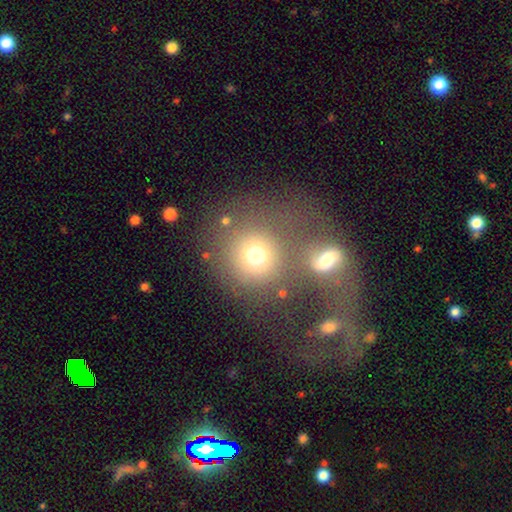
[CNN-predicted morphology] smooth_or_featured: smooth (p=0.73) [alt: star or artifact p=0.15]
how_rounded: round (p=0.89) [alt: in between p=0.10]
merging: none (p=0.61) [alt: merger p=0.24]